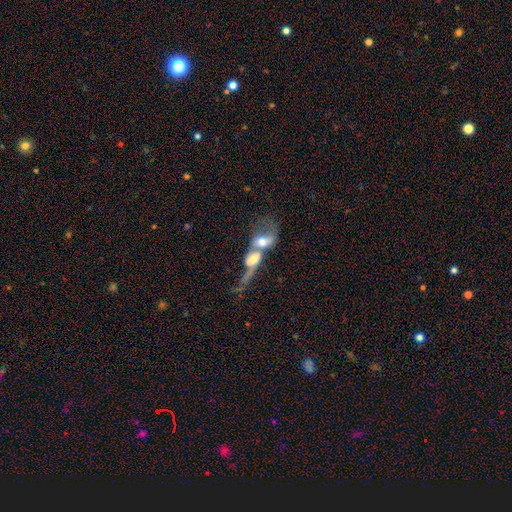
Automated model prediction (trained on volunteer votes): Smooth or featured: featured or disk — 52% (smooth — 35%)
Edge-on disk: no — 71% (yes — 29%)
Merging: merger — 75% (major disturbance — 12%)